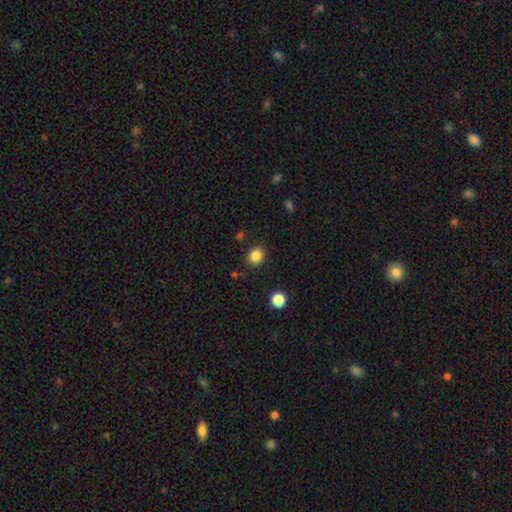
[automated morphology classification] This appears to be a smooth galaxy with no disk features (85%) that is round (71%). Merging: none (88%).